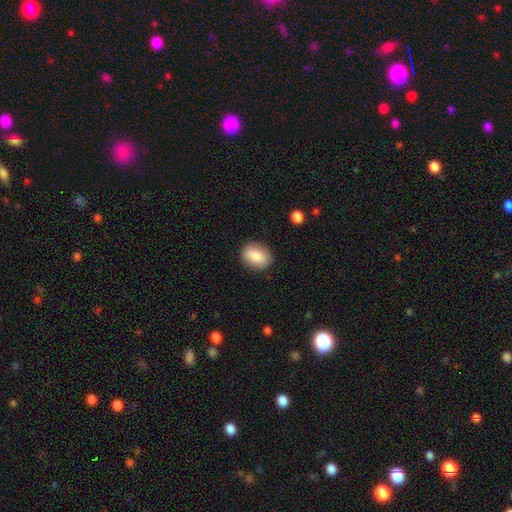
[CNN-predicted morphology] type=smooth (86%); roundness=in between (74%); merging=none (86%).